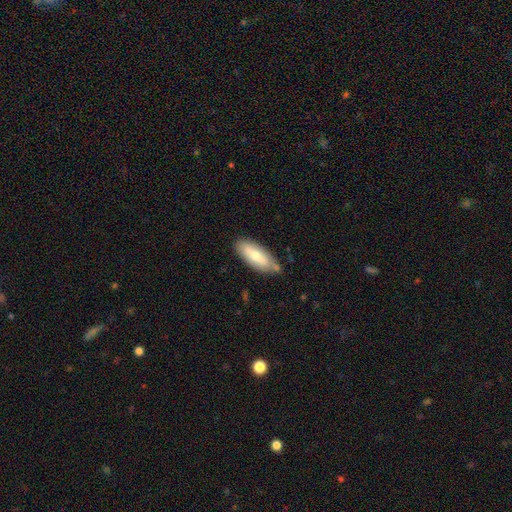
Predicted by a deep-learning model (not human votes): Smooth or featured? smooth (70%)
How rounded? in between (74%)
Merging? none (71%)